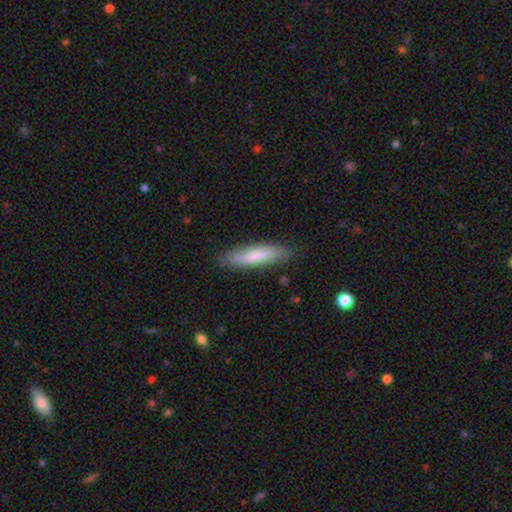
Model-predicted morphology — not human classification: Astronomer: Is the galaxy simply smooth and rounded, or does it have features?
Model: smooth — 77%.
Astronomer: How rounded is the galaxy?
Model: cigar-shaped — 78%.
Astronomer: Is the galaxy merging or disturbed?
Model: none — 85%.